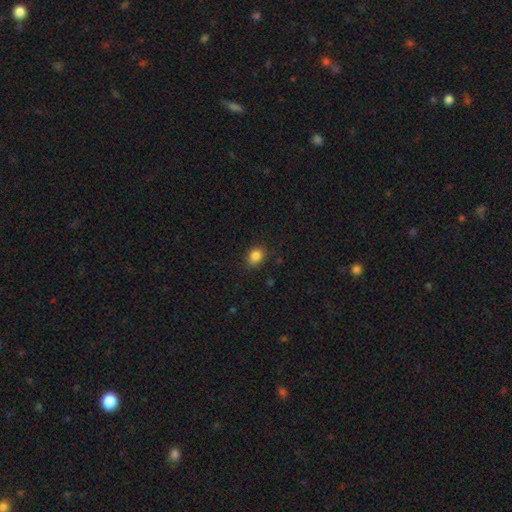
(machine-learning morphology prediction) smooth-or-featured: smooth: 85% | star or artifact: 11% | featured or disk: 5%
  how-rounded: round: 51% | in between: 48% | cigar-shaped: 1%
  merging: none: 82% | minor disturbance: 13% | major disturbance: 3% | merger: 1%